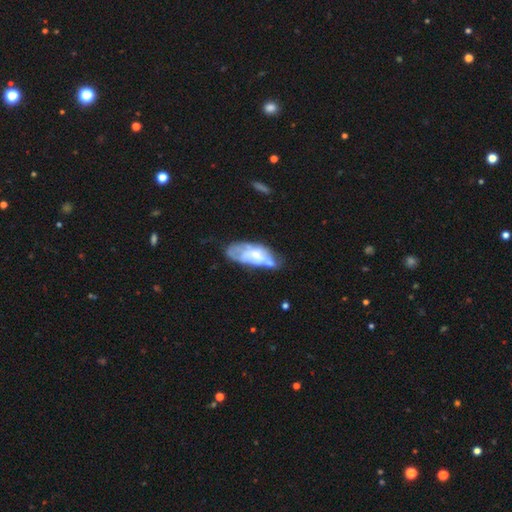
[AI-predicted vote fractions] The model was most divided on "merging": none: 32%, minor disturbance: 26%, major disturbance: 21%, merger: 21%. Remaining: smooth or featured — featured or disk (50%).